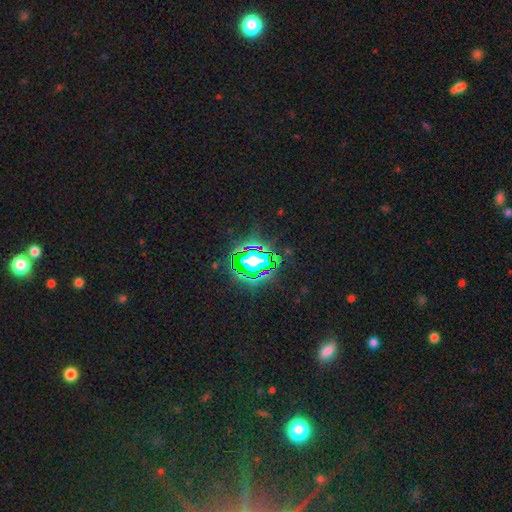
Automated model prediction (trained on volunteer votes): Q: Smooth or featured?
A: star or artifact (83%); runner-up: smooth (10%)